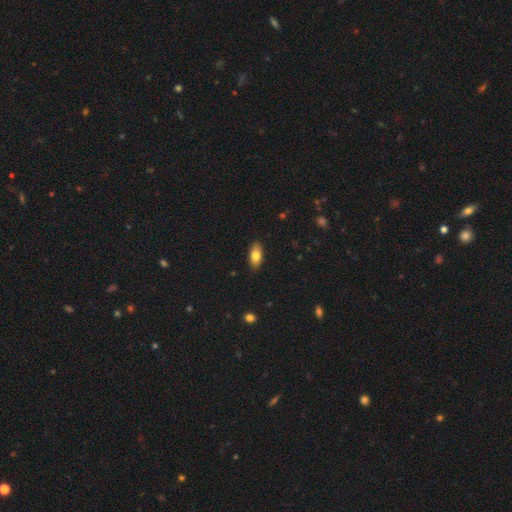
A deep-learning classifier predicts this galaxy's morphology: Smooth or featured? Predicted: smooth (p=0.79). How rounded? Predicted: in between (p=0.88). Merging? Predicted: none (p=0.88).